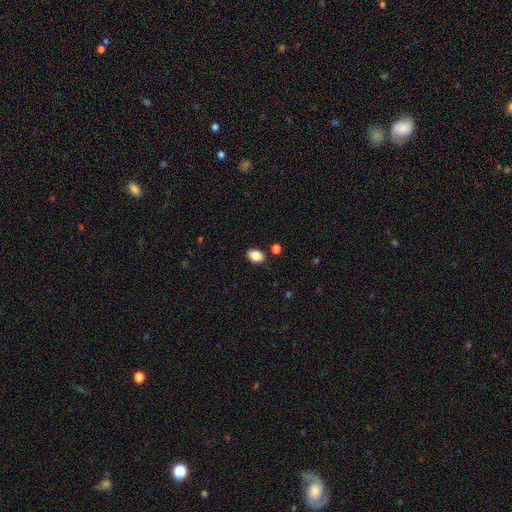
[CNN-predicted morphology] A smooth galaxy with no disk features (85%) that is in between round and cigar-shaped (84%).

Vote fractions:
- Smooth or featured? smooth: 85% / star or artifact: 8% / featured or disk: 6%
- How rounded? in between: 84% / round: 15% / cigar-shaped: 1%
- Merging? none: 86% / minor disturbance: 9% / merger: 3% / major disturbance: 2%